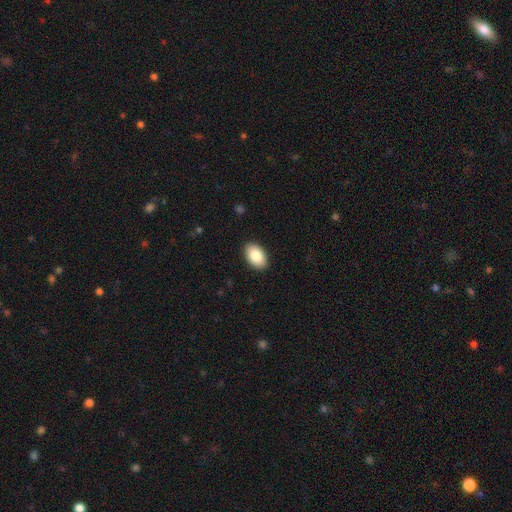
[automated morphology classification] A smooth galaxy with no disk features (85%) that is in between round and cigar-shaped (92%).

Vote fractions:
- Smooth or featured? smooth: 85% / featured or disk: 8% / star or artifact: 7%
- How rounded? in between: 92% / round: 7% / cigar-shaped: 1%
- Merging? none: 90% / minor disturbance: 7% / major disturbance: 2% / merger: 1%